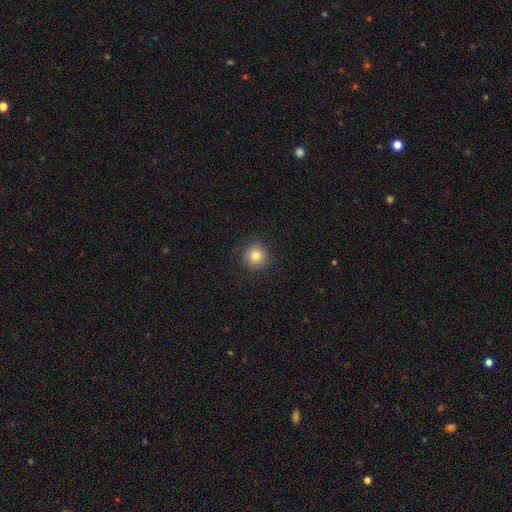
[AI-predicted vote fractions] This is clearly a smooth galaxy (80%). How rounded: clearly round (95%). Merging: clearly none (86%).